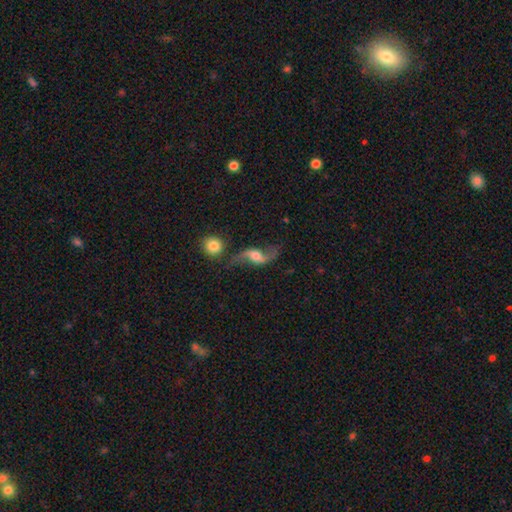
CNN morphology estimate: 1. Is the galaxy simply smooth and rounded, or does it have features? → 83% featured or disk, 11% smooth, 6% star or artifact.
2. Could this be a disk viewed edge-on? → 94% no, 6% yes.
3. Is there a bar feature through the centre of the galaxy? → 40% weak, 39% no, 21% strong.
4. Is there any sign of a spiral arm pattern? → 94% yes, 6% no.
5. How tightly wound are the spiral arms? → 90% loose, 7% medium, 2% tight.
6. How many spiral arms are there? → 94% 2, 2% 1, 2% can't tell, 1% 3, 1% 4, 1% more than 4.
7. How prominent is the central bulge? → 61% moderate, 20% small, 14% large, 3% none, 2% dominant.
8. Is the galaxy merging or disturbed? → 65% none, 16% minor disturbance, 11% major disturbance, 7% merger.